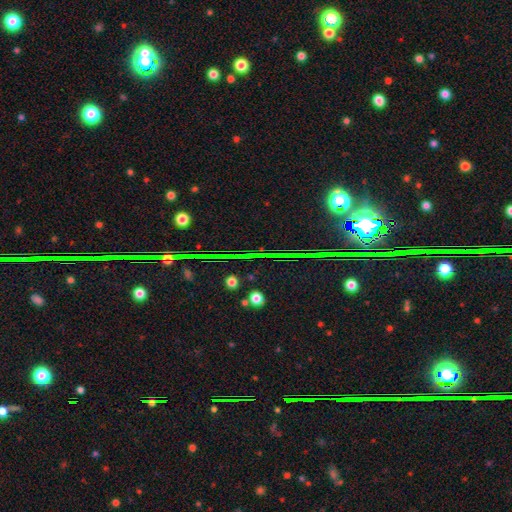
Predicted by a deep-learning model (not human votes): A star or artifact, not a galaxy (80%).